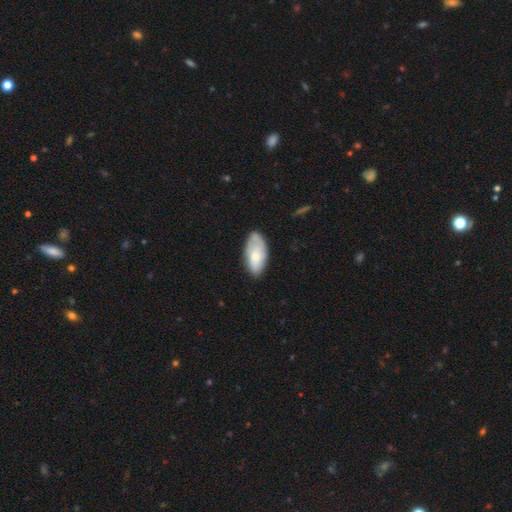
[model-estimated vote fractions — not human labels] Smooth or featured: smooth — 69% (featured or disk — 25%)
How rounded: in between — 93% (cigar-shaped — 5%)
Merging: none — 66% (minor disturbance — 26%)